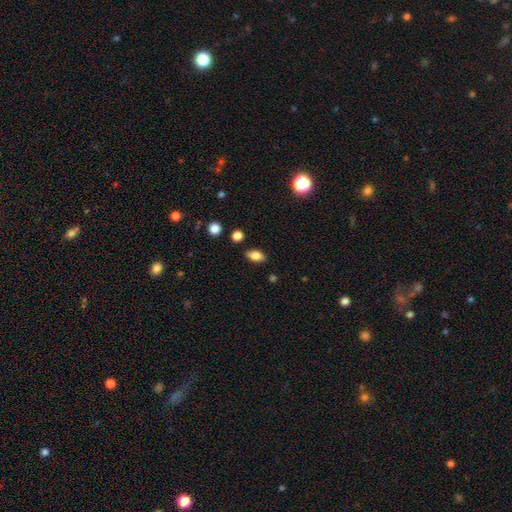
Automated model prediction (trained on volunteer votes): Smooth or featured: smooth — 81% (featured or disk — 11%)
How rounded: in between — 88% (round — 7%)
Merging: none — 86% (minor disturbance — 9%)